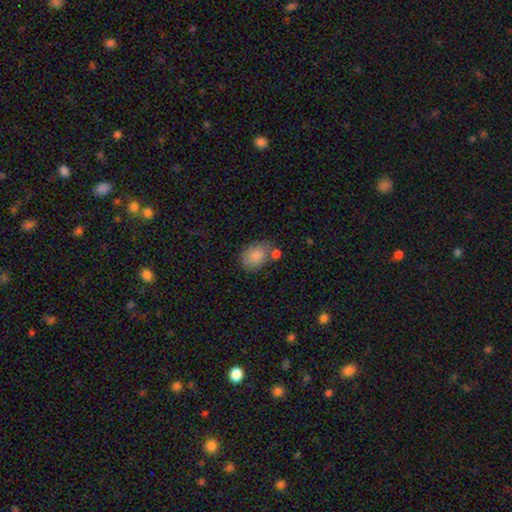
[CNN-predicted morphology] This appears to be a smooth galaxy with no disk features (86%) that is in between round and cigar-shaped (73%). Merging: none (59%).